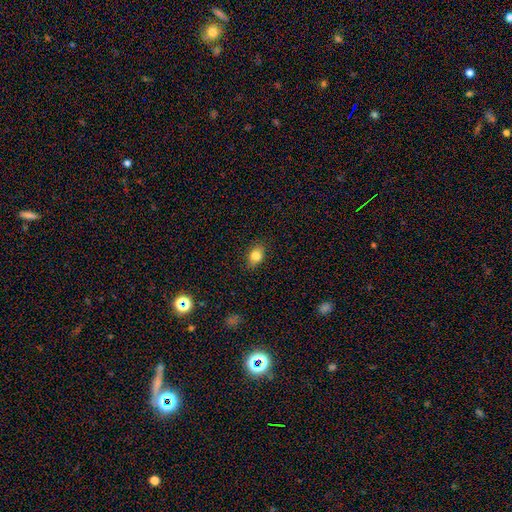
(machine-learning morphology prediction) type=smooth (82%); roundness=in between (68%); merging=none (83%).